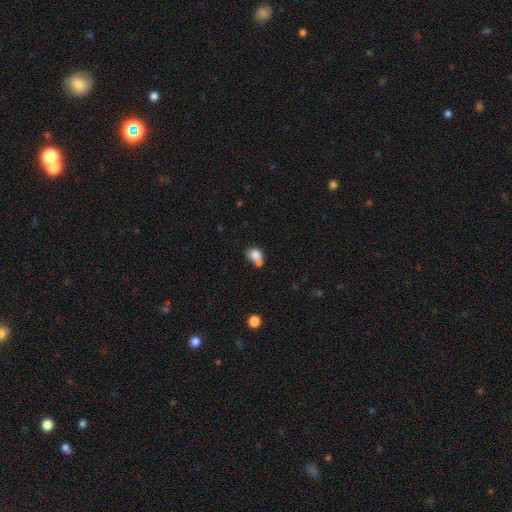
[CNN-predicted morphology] Smooth or featured? Predicted: smooth (p=0.79). How rounded? Predicted: round (p=0.64). Merging? Predicted: merger (p=0.48).